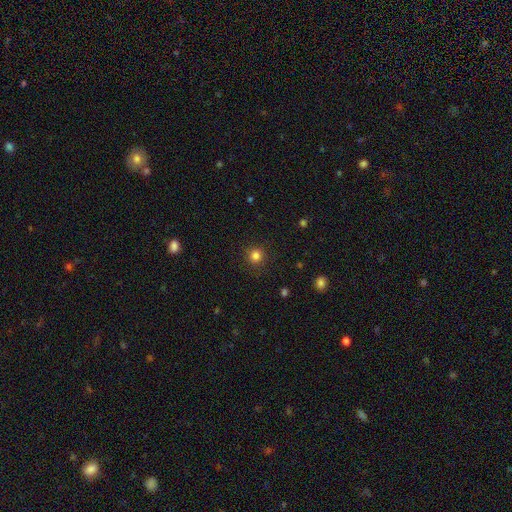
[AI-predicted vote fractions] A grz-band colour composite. It shows a smooth galaxy with no disk features (83%) that is round (93%). Merging: none (89%).